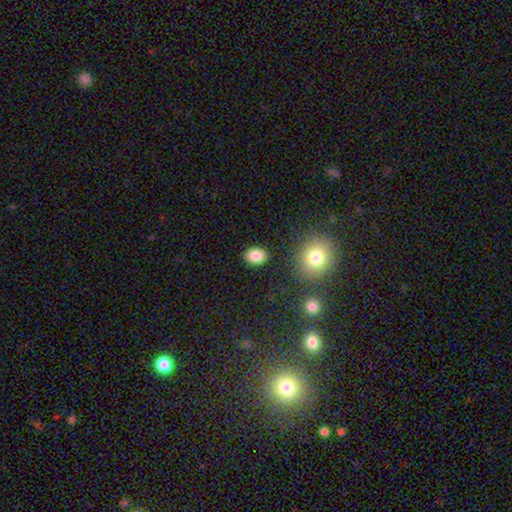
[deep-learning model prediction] smooth-or-featured: smooth: 86% | star or artifact: 9% | featured or disk: 5%
  how-rounded: in between: 66% | round: 33% | cigar-shaped: 1%
  merging: none: 86% | minor disturbance: 9% | major disturbance: 3% | merger: 2%